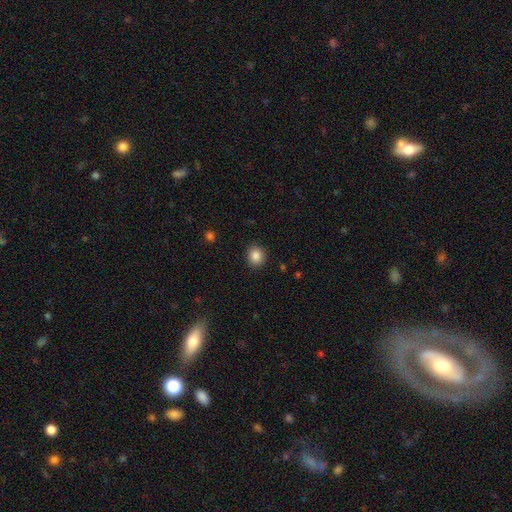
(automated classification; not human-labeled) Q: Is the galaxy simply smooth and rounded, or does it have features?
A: smooth — 86%.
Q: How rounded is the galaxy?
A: round — 82%.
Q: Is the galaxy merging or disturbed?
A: none — 90%.